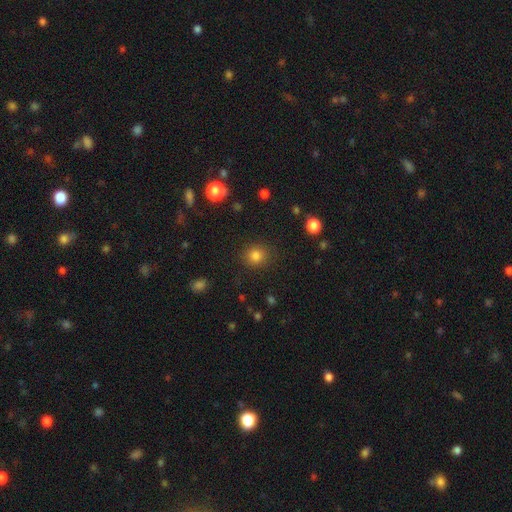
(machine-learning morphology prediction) type=smooth (82%); roundness=round (85%); merging=none (89%).